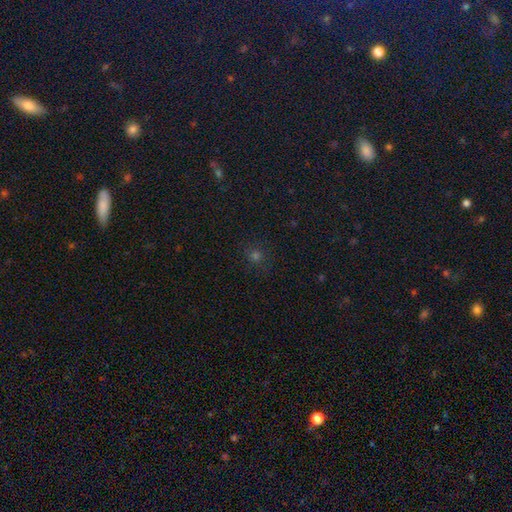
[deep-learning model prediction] A smooth galaxy with no disk features (60%) that is round (89%). Merging: none (86%).